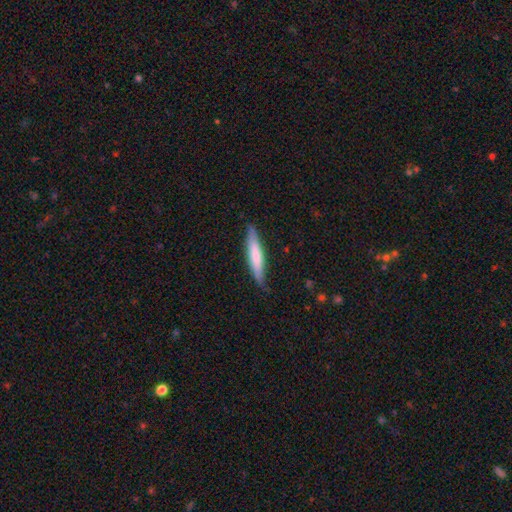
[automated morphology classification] A smooth galaxy with no disk features (63%) that is cigar-shaped (88%).

Vote fractions:
- Smooth or featured? smooth: 63% / featured or disk: 31% / star or artifact: 5%
- How rounded? cigar-shaped: 88% / in between: 10% / round: 1%
- Merging? none: 82% / minor disturbance: 15% / major disturbance: 2% / merger: 1%